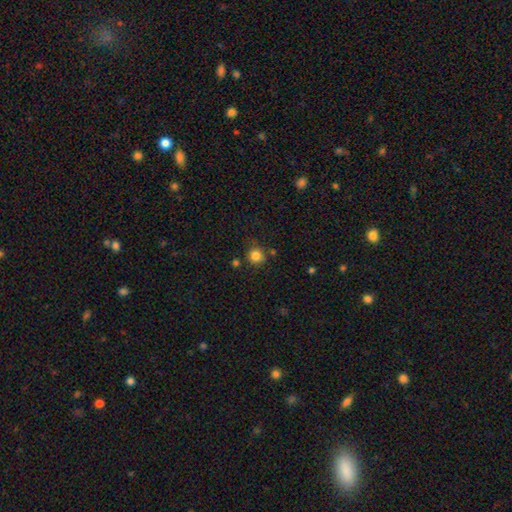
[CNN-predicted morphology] Smooth or featured? smooth (83%)
How rounded? round (90%)
Merging? none (78%)